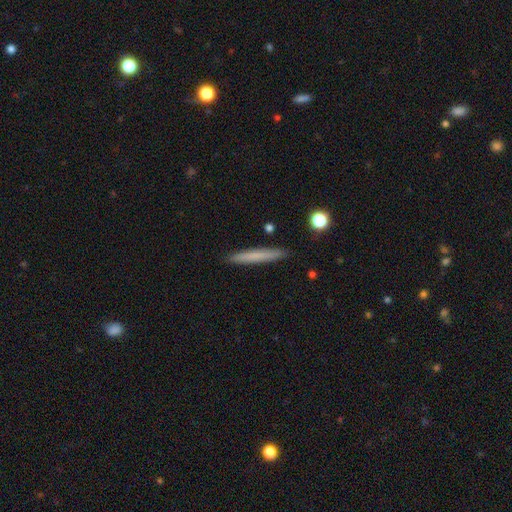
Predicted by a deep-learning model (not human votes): Smooth or featured? Predicted: smooth (p=0.72). How rounded? Predicted: cigar-shaped (p=0.95). Merging? Predicted: none (p=0.90).